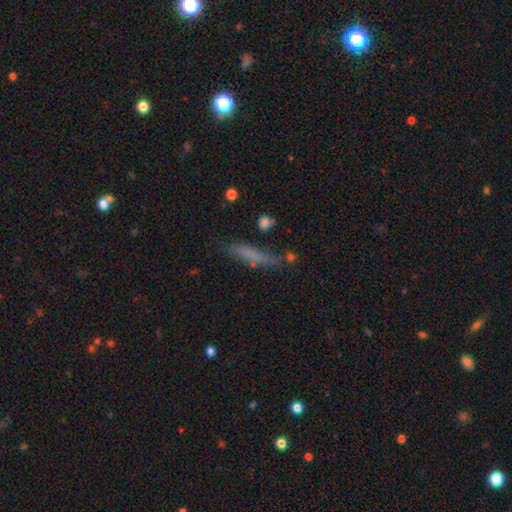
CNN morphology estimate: Smooth or featured: smooth — 62% (featured or disk — 27%)
How rounded: cigar-shaped — 89% (in between — 9%)
Merging: none — 72% (minor disturbance — 17%)